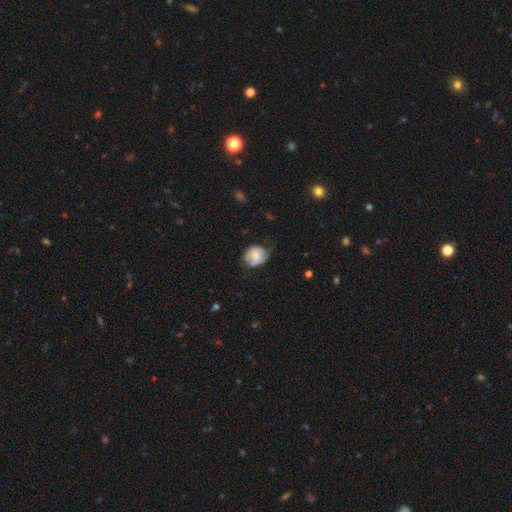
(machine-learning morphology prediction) Smooth or featured? smooth (70%)
How rounded? round (70%)
Merging? none (53%)